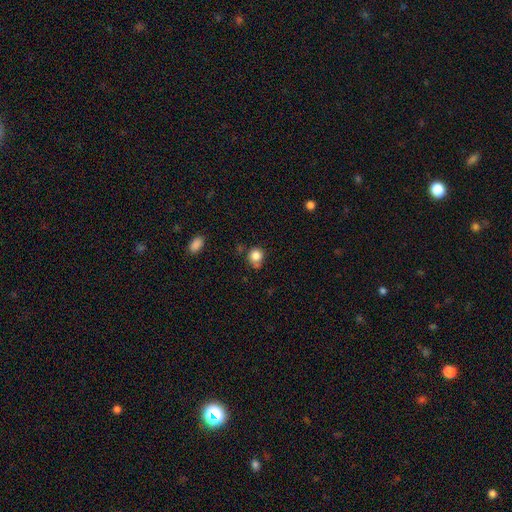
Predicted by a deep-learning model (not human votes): Smooth or featured: smooth — 84% (star or artifact — 10%)
How rounded: round — 82% (in between — 17%)
Merging: none — 59% (minor disturbance — 27%)